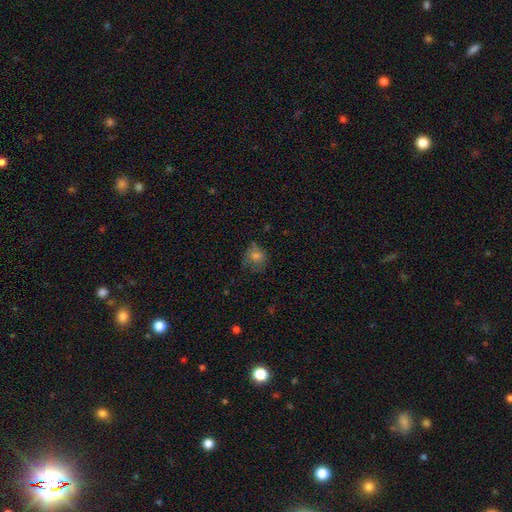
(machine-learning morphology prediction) This is likely a smooth galaxy (70%). How rounded: likely round (74%). Merging: possibly none (54%).